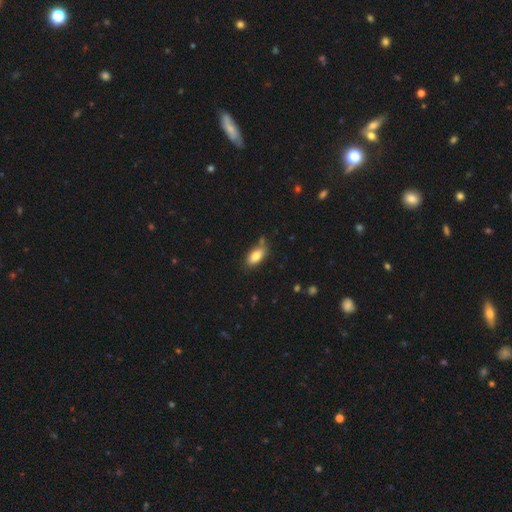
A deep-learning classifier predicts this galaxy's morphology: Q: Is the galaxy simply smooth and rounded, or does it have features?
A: smooth — 80%.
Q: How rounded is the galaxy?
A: in between — 88%.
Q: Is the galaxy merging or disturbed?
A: none — 71%.